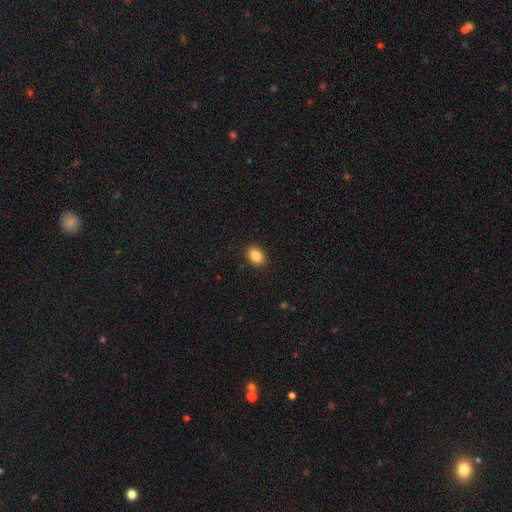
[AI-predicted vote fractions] Smooth or featured? Predicted: smooth (p=0.86). How rounded? Predicted: in between (p=0.72). Merging? Predicted: none (p=0.90).